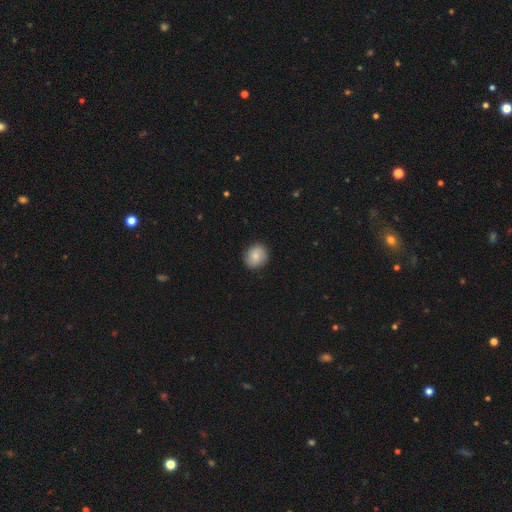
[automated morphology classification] Smooth or featured? smooth (80%)
How rounded? round (75%)
Merging? none (88%)